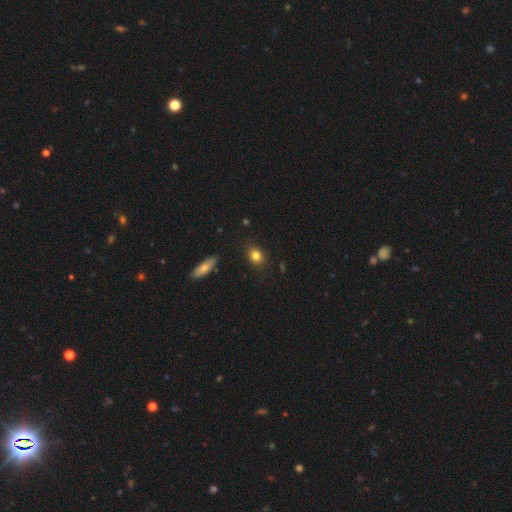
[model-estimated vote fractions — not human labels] Morphology: type=smooth (81%); roundness=in between (54%); merging=none (86%).